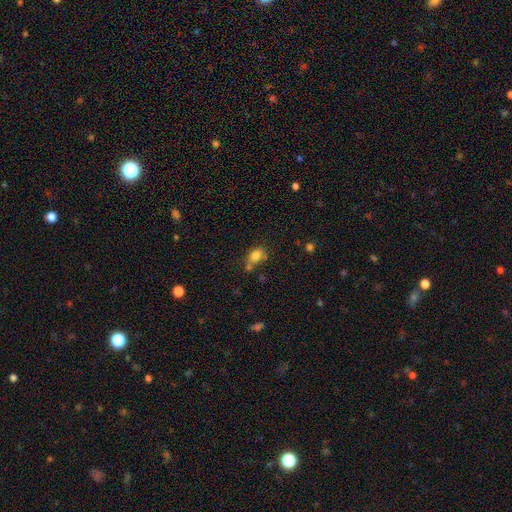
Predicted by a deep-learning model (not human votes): This appears to be a smooth galaxy with no disk features (79%) that is in between round and cigar-shaped (61%). Merging: none (43%).